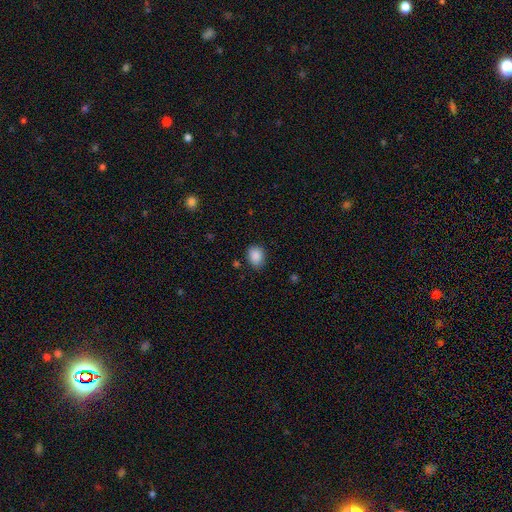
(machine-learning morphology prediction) Overall: smooth (88%). How rounded: in between (52%; round 47%). Merging: none (79%).